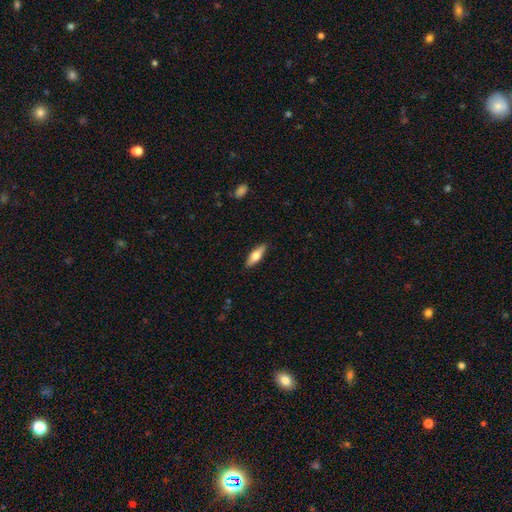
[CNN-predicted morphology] type=smooth (58%); roundness=in between (54%); merging=none (88%).